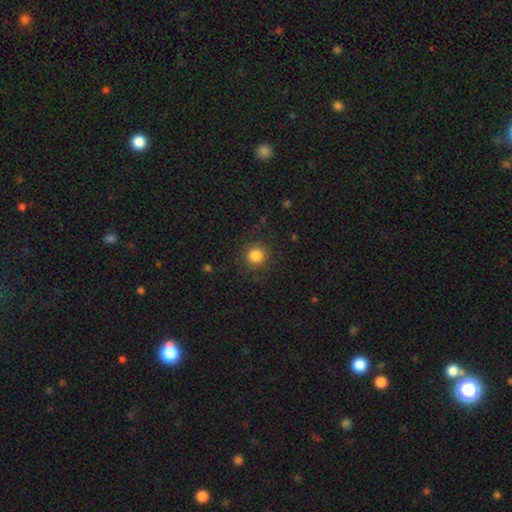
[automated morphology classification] Q: Smooth or featured?
A: smooth (84%); runner-up: star or artifact (11%)
Q: How rounded?
A: round (93%); runner-up: in between (6%)
Q: Merging?
A: none (87%); runner-up: minor disturbance (8%)